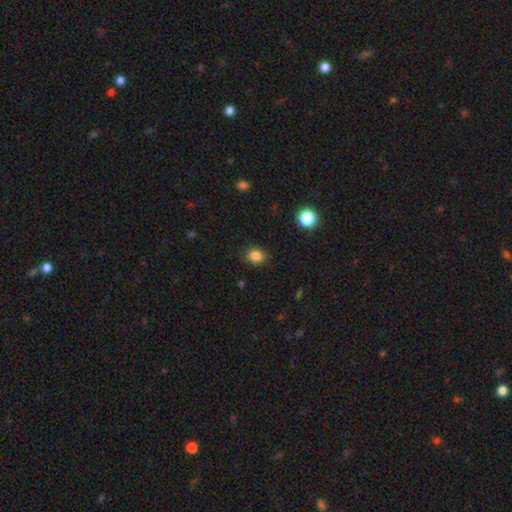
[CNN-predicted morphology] The model was most divided on "how rounded": round: 63%, in between: 36%, cigar-shaped: 1%. More confident: merging — none (87%); smooth or featured — smooth (85%).